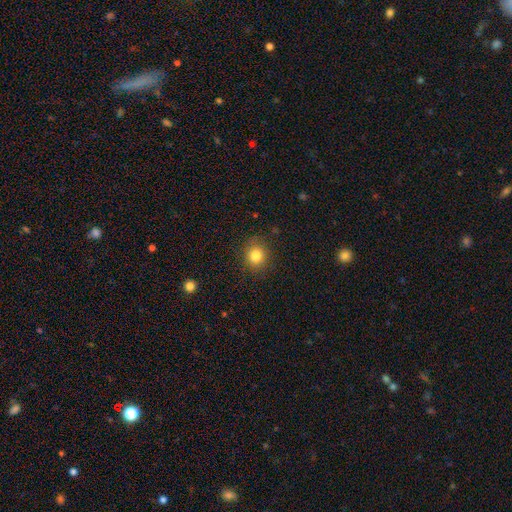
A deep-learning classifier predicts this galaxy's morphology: smooth-or-featured: smooth: 82% | star or artifact: 12% | featured or disk: 6%
  how-rounded: round: 83% | in between: 16% | cigar-shaped: 1%
  merging: none: 86% | minor disturbance: 10% | major disturbance: 3% | merger: 1%